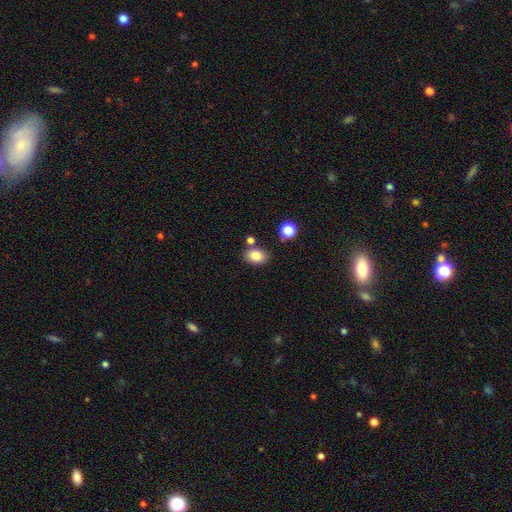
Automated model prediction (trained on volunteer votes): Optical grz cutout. It shows a smooth galaxy with no disk features (84%) that is in between round and cigar-shaped (75%). Merging: none (76%).